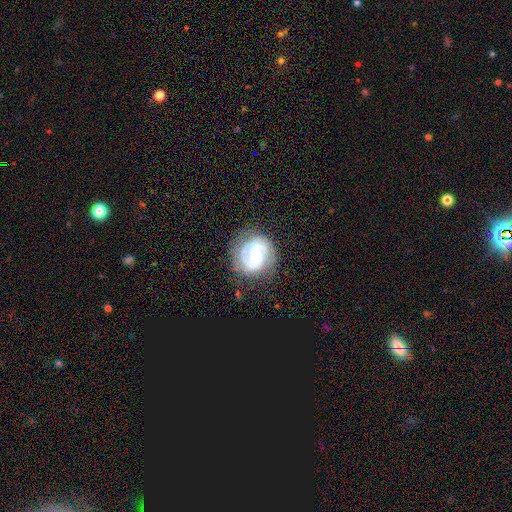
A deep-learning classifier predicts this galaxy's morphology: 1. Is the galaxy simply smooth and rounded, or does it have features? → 80% featured or disk, 15% smooth, 6% star or artifact.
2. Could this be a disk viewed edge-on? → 98% no, 2% yes.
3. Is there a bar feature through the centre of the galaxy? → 60% no, 31% weak, 9% strong.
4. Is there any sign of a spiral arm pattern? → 91% yes, 9% no.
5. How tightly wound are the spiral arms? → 55% tight, 35% medium, 10% loose.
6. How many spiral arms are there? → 66% 2, 17% can't tell, 9% 3, 4% 1, 2% 4, 2% more than 4.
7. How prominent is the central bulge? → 54% small, 41% moderate, 3% large, 1% none, 1% dominant.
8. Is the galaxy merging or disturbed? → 77% none, 15% minor disturbance, 7% major disturbance, 1% merger.